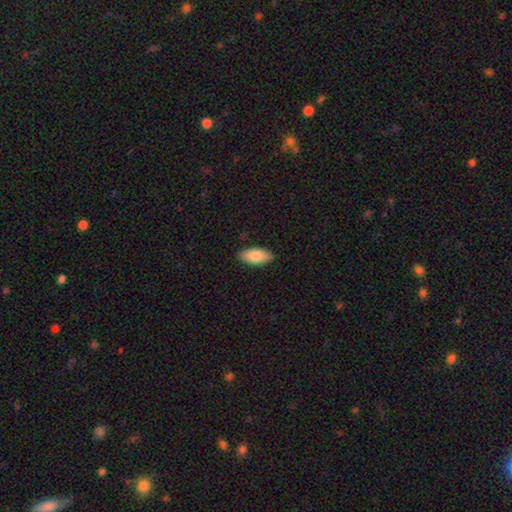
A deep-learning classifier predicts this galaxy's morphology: Overall: smooth (81%). How rounded: in between (90%). Merging: none (88%).